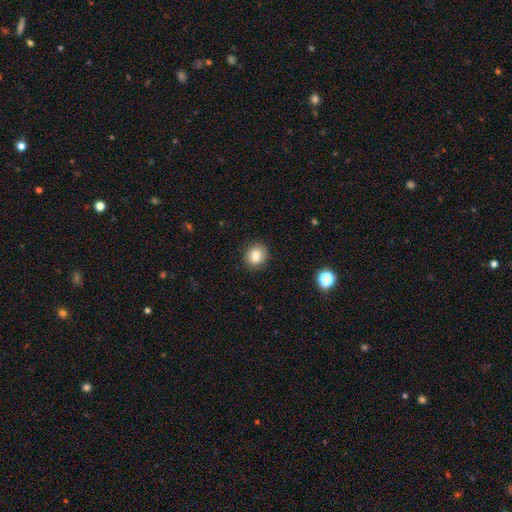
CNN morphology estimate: Smooth or featured: smooth — 82% (star or artifact — 10%)
How rounded: round — 66% (in between — 33%)
Merging: none — 88% (minor disturbance — 9%)